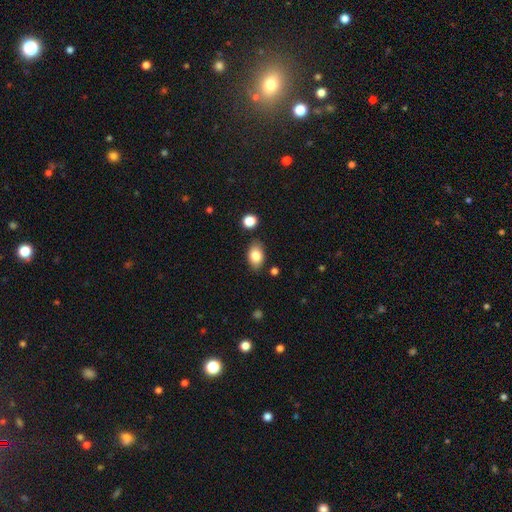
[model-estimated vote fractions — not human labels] Overall: smooth (83%). How rounded: in between (85%). Merging: none (81%).